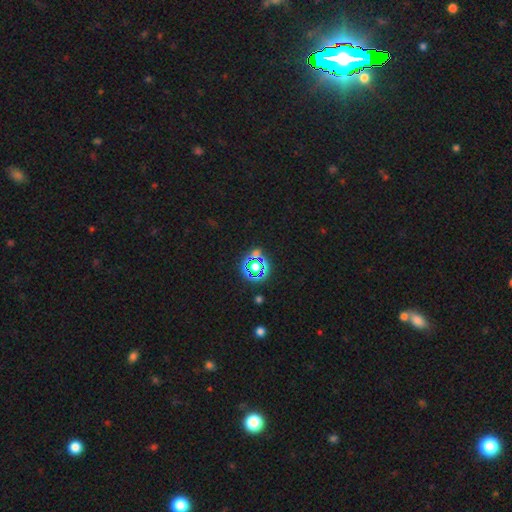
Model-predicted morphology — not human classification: Smooth or featured: star or artifact — 71% (smooth — 21%)